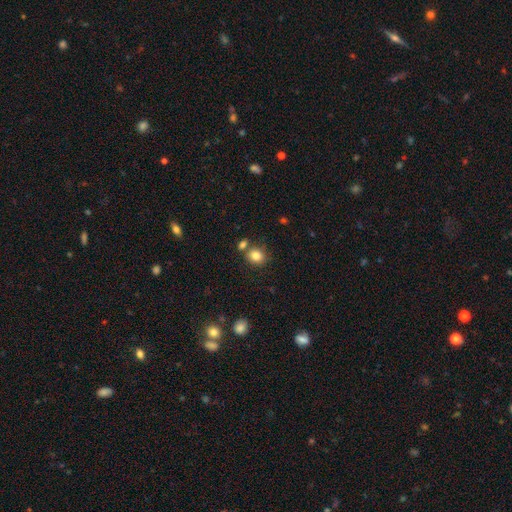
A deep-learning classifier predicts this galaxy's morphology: A smooth galaxy with no disk features (83%) that is round (67%). Merging: none (66%).